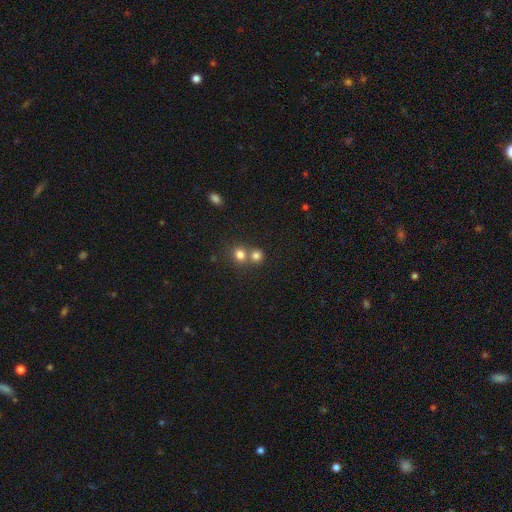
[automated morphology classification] Smooth or featured?
  - smooth: 78% *
  - star or artifact: 14%
  - featured or disk: 8%
How rounded?
  - round: 84% *
  - in between: 15%
  - cigar-shaped: 1%
Merging?
  - none: 47% *
  - merger: 45%
  - minor disturbance: 6%
  - major disturbance: 2%